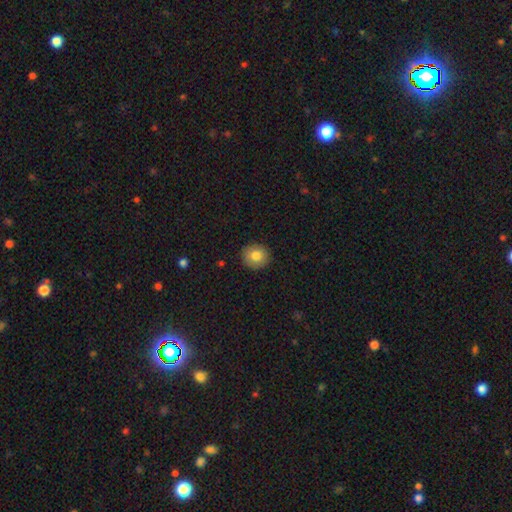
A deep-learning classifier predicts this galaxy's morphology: Smooth or featured: smooth — 82% (featured or disk — 9%)
How rounded: round — 88% (in between — 11%)
Merging: none — 90% (minor disturbance — 7%)